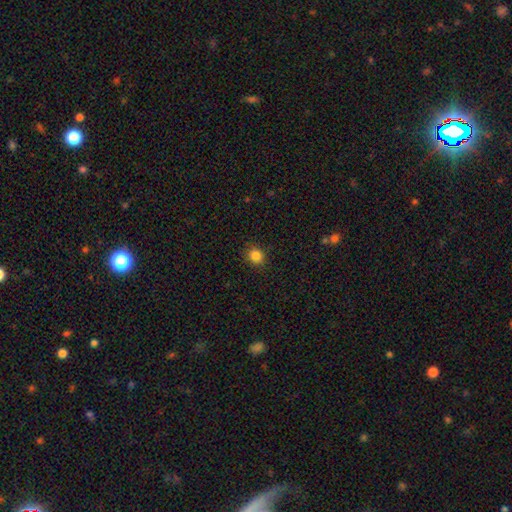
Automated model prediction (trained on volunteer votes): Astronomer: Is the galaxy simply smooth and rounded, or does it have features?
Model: smooth — 84%.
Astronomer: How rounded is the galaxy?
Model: round — 82%.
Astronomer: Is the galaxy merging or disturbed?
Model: none — 90%.